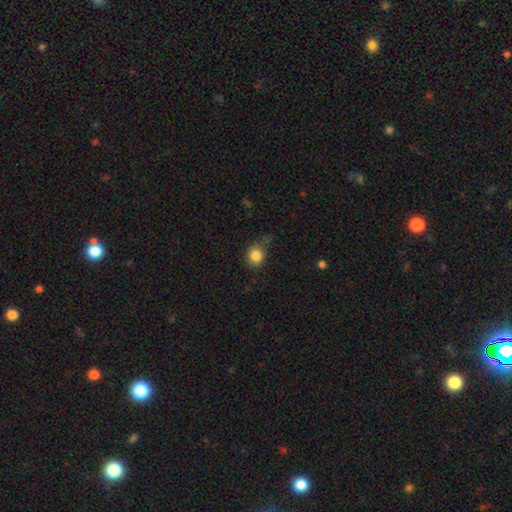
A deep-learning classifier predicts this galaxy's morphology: smooth-or-featured: smooth: 84% | star or artifact: 10% | featured or disk: 6%
  how-rounded: round: 81% | in between: 18% | cigar-shaped: 1%
  merging: none: 52% | minor disturbance: 31% | major disturbance: 14% | merger: 4%